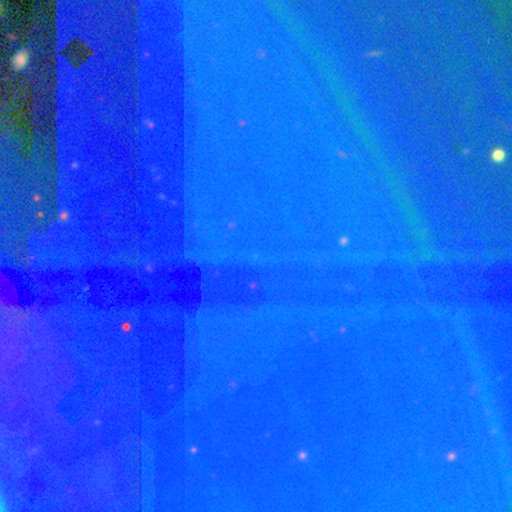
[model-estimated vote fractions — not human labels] Smooth or featured?
  - star or artifact: 84% *
  - smooth: 8%
  - featured or disk: 8%